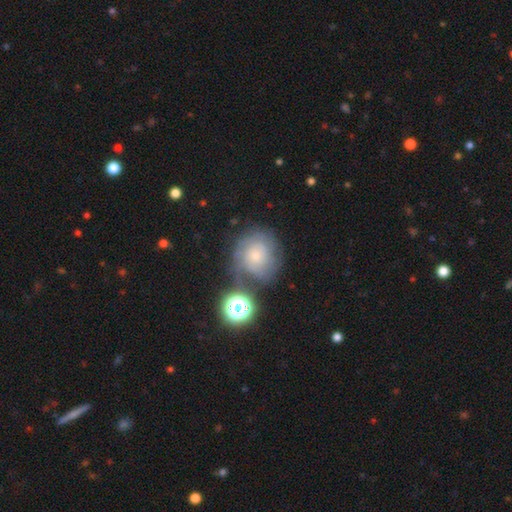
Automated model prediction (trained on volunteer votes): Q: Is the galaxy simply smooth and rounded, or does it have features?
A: featured or disk — 50%.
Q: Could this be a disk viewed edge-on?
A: no — 97%.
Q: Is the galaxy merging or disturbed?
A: none — 58%.